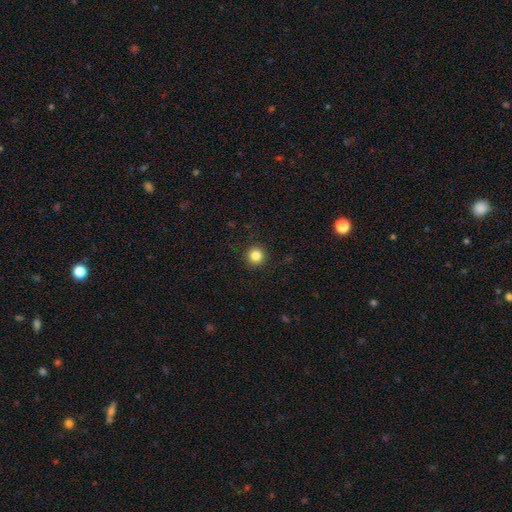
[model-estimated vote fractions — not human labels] Q: Smooth or featured?
A: smooth (84%); runner-up: star or artifact (11%)
Q: How rounded?
A: round (95%); runner-up: in between (4%)
Q: Merging?
A: none (92%); runner-up: minor disturbance (6%)